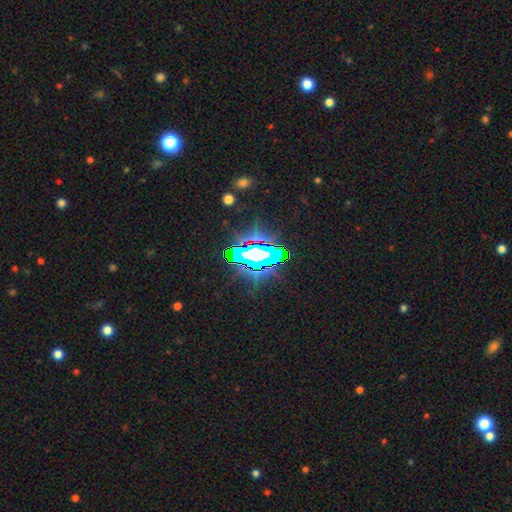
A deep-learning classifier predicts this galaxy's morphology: Q: Smooth or featured?
A: star or artifact (69%); runner-up: featured or disk (16%)